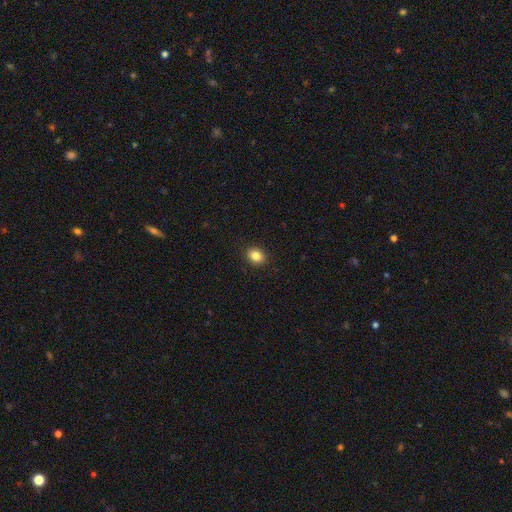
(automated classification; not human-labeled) The model was most divided on "how rounded": in between: 51%, round: 48%, cigar-shaped: 1%. More confident: merging — none (90%); smooth or featured — smooth (85%).